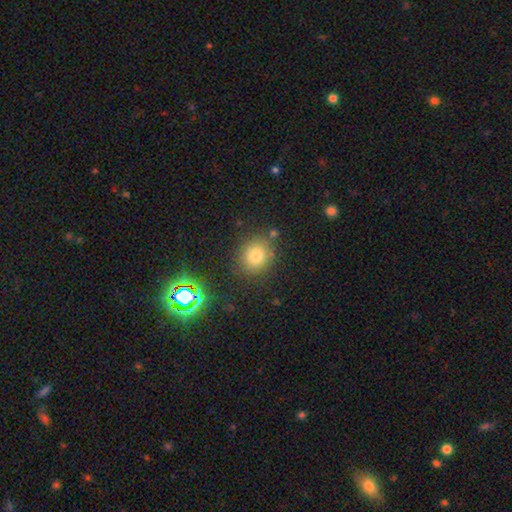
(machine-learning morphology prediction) Overall: smooth (75%). How rounded: round (78%). Merging: none (81%).